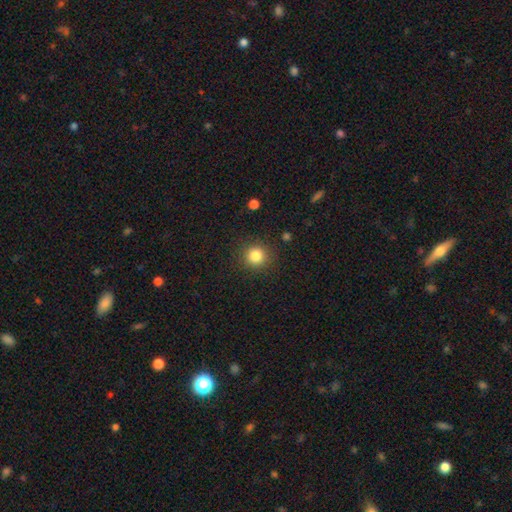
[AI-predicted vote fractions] A smooth galaxy with no disk features (84%) that is round (92%). Merging: none (89%).